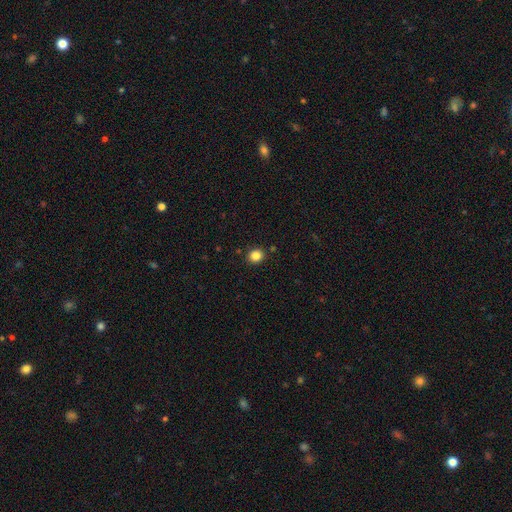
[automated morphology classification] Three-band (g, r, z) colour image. It shows a smooth galaxy with no disk features (85%) that is round (79%). Merging: none (90%).